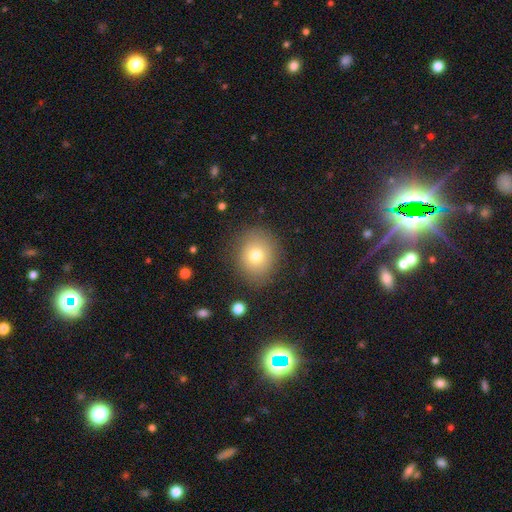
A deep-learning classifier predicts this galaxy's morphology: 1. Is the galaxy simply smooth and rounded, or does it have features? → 73% smooth, 15% featured or disk, 12% star or artifact.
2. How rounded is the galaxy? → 71% round, 28% in between, 1% cigar-shaped.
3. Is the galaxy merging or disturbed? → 83% none, 11% minor disturbance, 4% major disturbance, 2% merger.